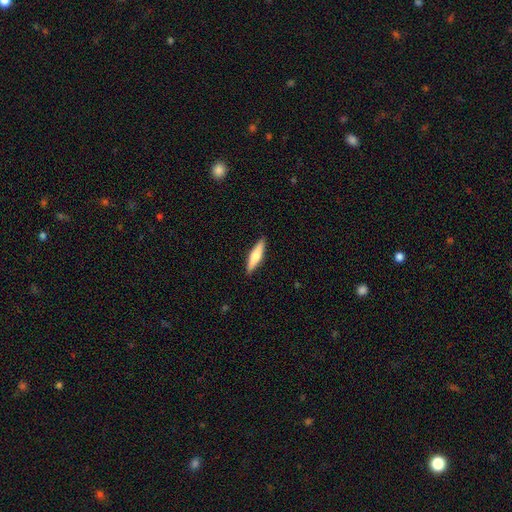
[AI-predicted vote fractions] This appears to be a smooth galaxy with no disk features (54%) that is cigar-shaped (78%). Merging: none (91%).